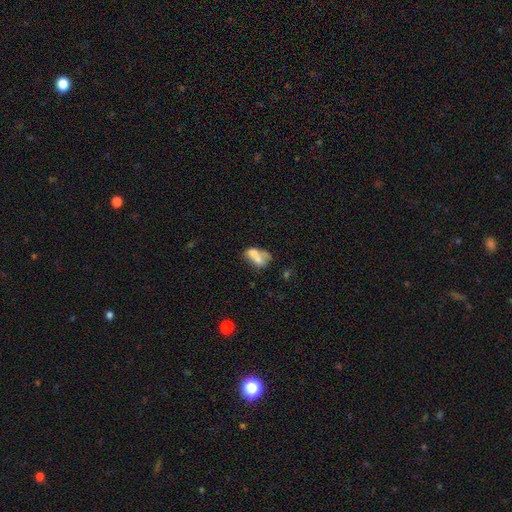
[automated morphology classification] A smooth galaxy with no disk features (61%) that is in between round and cigar-shaped (77%). Merging: merger (63%).